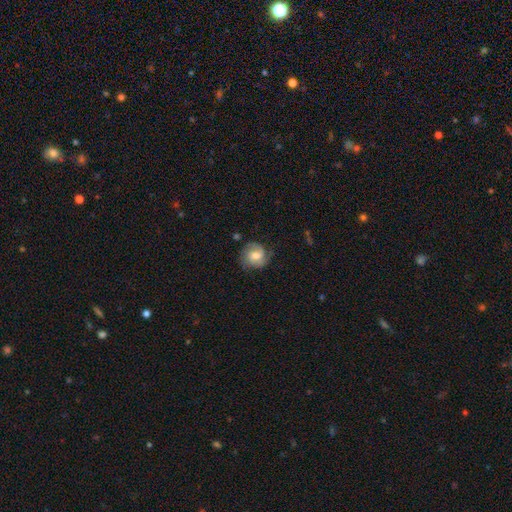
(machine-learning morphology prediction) featured or disk 61%, smooth 31%, star or artifact 7%. Down the decision tree: edge-on disk — no (97%); bar — no (51%); spiral arms — yes (90%); spiral arm count — 2 (59%); spiral winding — medium (42%); bulge size — moderate (67%); merging — none (70%).